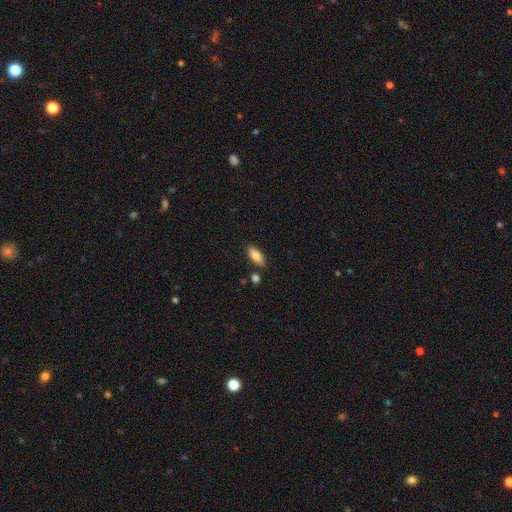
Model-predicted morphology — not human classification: Smooth or featured? smooth (85%)
How rounded? in between (83%)
Merging? none (81%)